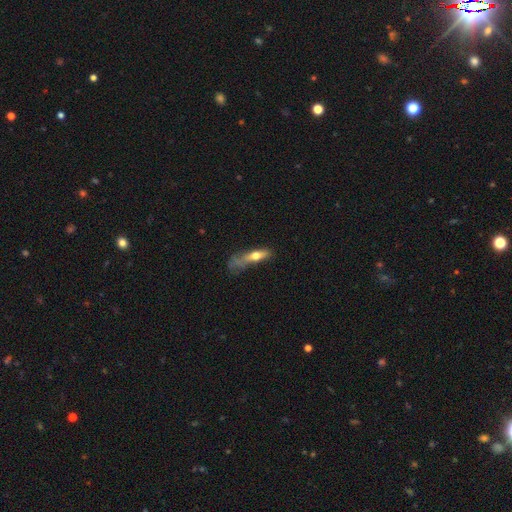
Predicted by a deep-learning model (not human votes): Smooth or featured: smooth — 57% (featured or disk — 35%)
How rounded: cigar-shaped — 59% (in between — 36%)
Merging: major disturbance — 41% (minor disturbance — 26%)